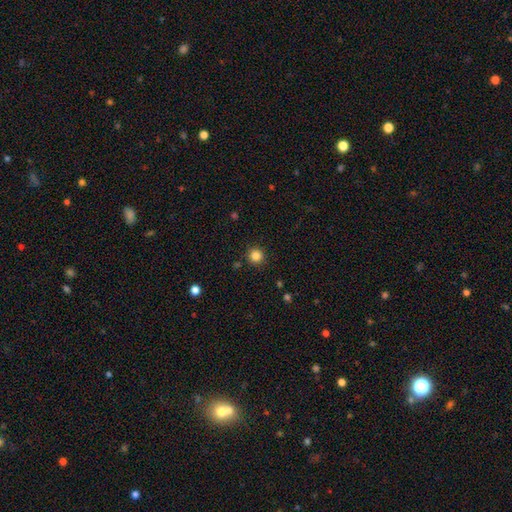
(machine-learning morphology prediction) Overall: smooth (84%). How rounded: round (95%). Merging: none (91%).